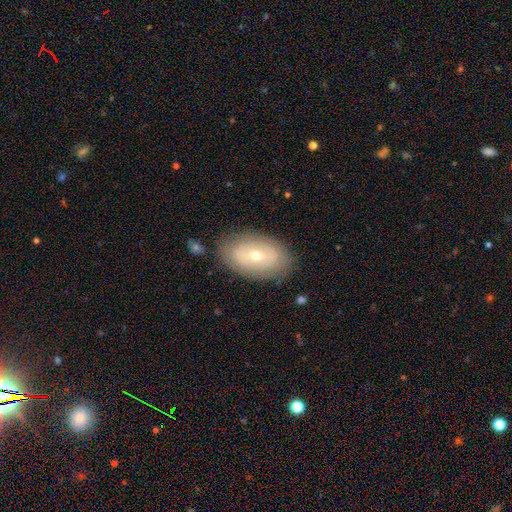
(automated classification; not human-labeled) smooth-or-featured: smooth: 48% | featured or disk: 44% | star or artifact: 8%
  merging: none: 82% | minor disturbance: 12% | major disturbance: 4% | merger: 2%